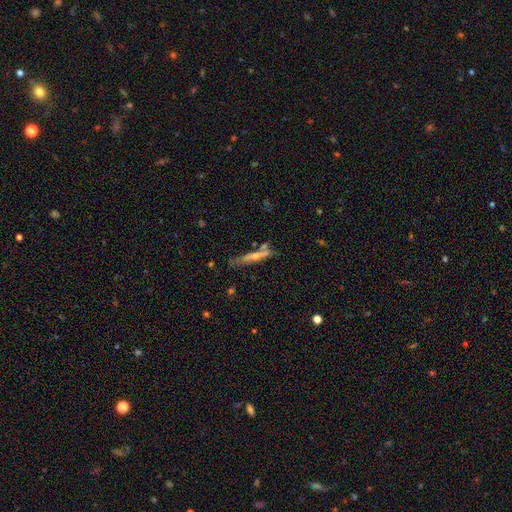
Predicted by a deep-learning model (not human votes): Smooth or featured? featured or disk (53%)
Edge-on disk? yes (91%)
Merging? none (70%)